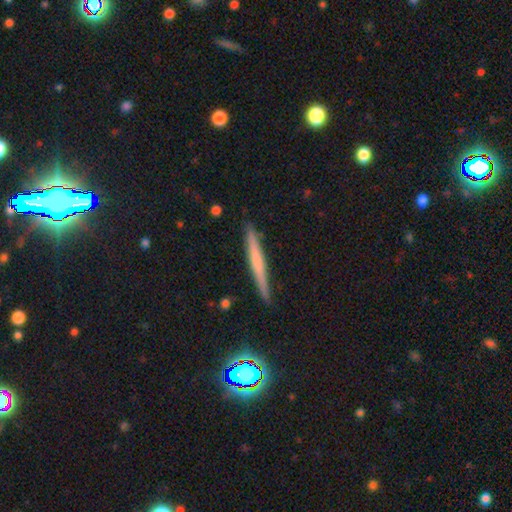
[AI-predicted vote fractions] A smooth galaxy with no disk features (45%).

Vote fractions:
- Smooth or featured? smooth: 45% / featured or disk: 44% / star or artifact: 11%
- Merging? none: 90% / minor disturbance: 7% / major disturbance: 1% / merger: 1%